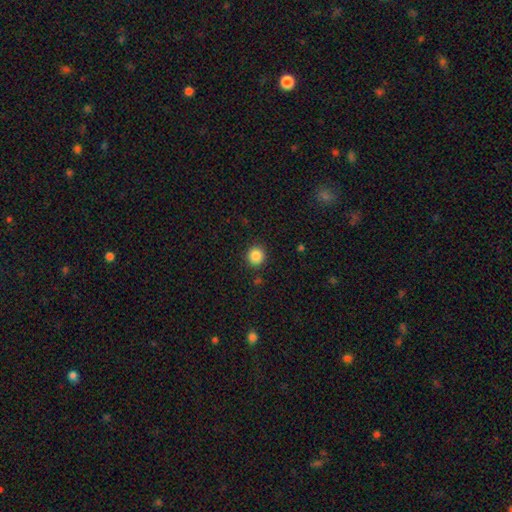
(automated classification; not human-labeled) Smooth or featured? Predicted: smooth (p=0.86). How rounded? Predicted: round (p=0.92). Merging? Predicted: none (p=0.90).